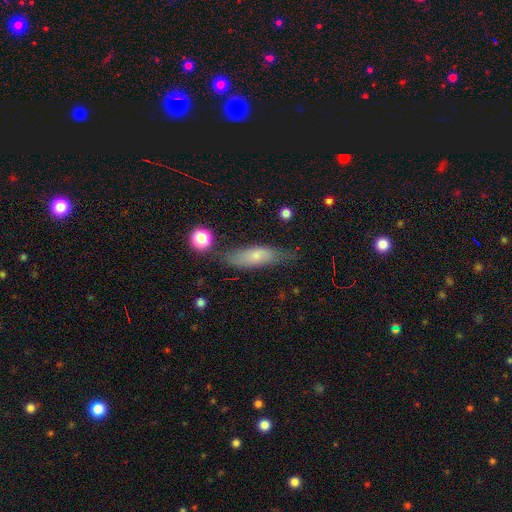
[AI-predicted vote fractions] smooth 66%, featured or disk 26%, star or artifact 7%. Down the decision tree: how rounded — in between (50%); merging — none (64%).